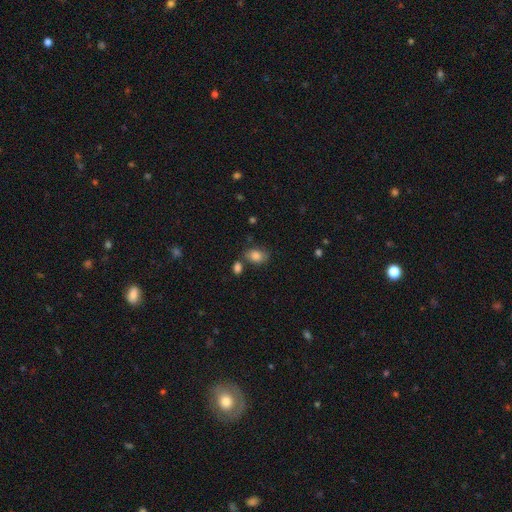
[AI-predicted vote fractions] Overall: smooth (83%). How rounded: in between (79%). Merging: none (64%).